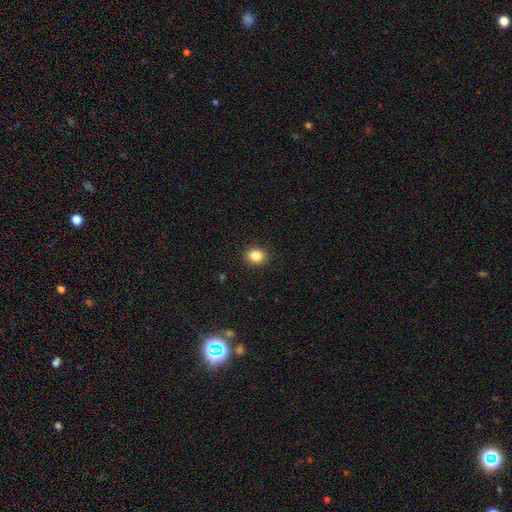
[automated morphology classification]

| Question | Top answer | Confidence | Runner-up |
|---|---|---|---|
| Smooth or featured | smooth | 85% | star or artifact (10%) |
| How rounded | round | 59% | in between (40%) |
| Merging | none | 90% | minor disturbance (7%) |